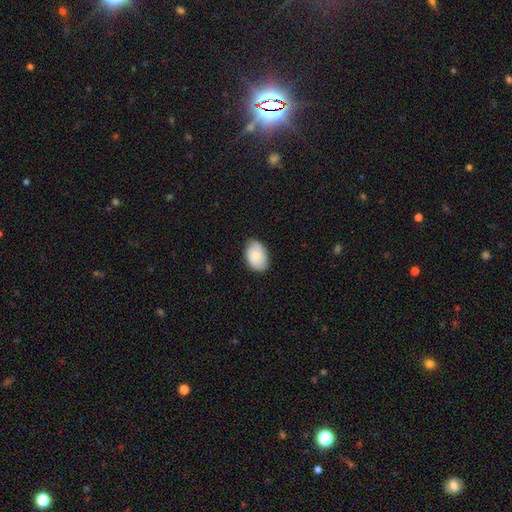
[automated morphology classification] smooth 84%, featured or disk 10%, star or artifact 6%. Down the decision tree: how rounded — in between (86%); merging — none (81%).